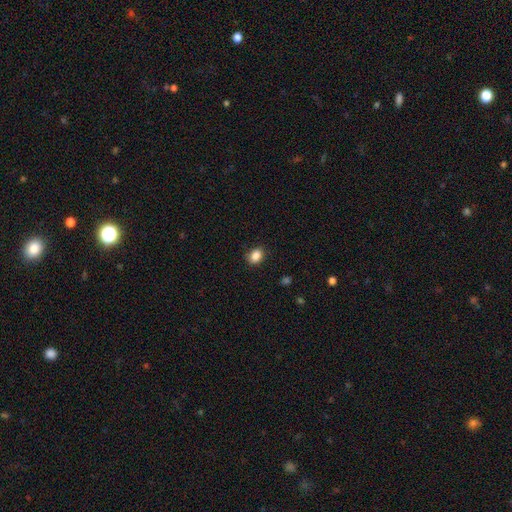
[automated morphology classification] This appears to be a smooth galaxy with no disk features (87%) that is in between round and cigar-shaped (64%). Merging: none (83%).